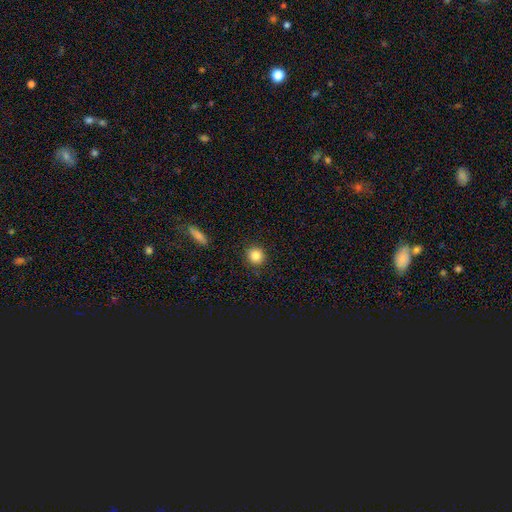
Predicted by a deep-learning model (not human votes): smooth-or-featured: smooth: 85% | star or artifact: 10% | featured or disk: 5%
  how-rounded: round: 90% | in between: 9% | cigar-shaped: 1%
  merging: none: 90% | minor disturbance: 6% | major disturbance: 2% | merger: 1%